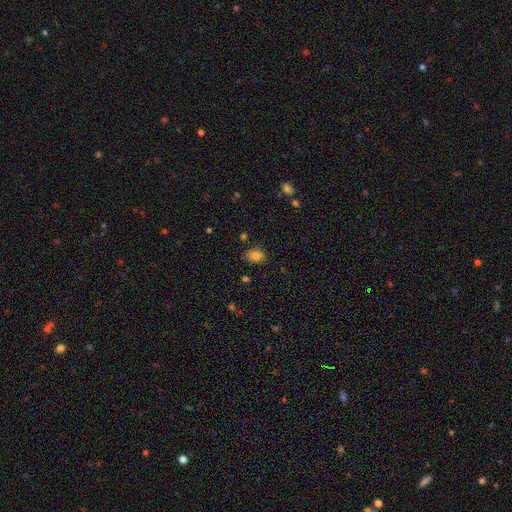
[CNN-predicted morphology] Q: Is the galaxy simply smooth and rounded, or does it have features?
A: smooth — 81%.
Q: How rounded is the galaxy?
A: in between — 73%.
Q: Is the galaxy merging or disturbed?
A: none — 77%.